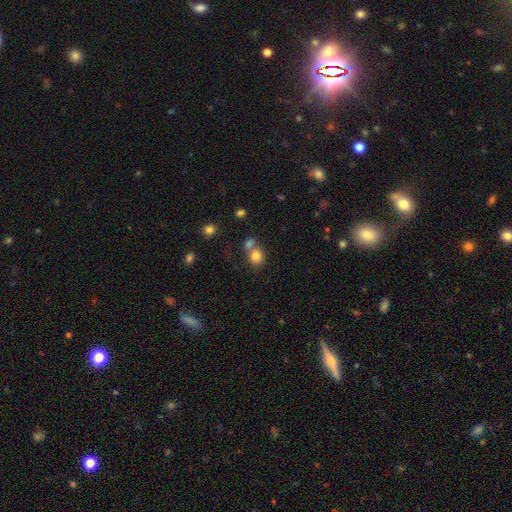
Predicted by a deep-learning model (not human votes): smooth-or-featured: smooth: 81% | star or artifact: 11% | featured or disk: 8%
  how-rounded: round: 74% | in between: 25% | cigar-shaped: 1%
  merging: none: 49% | merger: 37% | minor disturbance: 9% | major disturbance: 4%